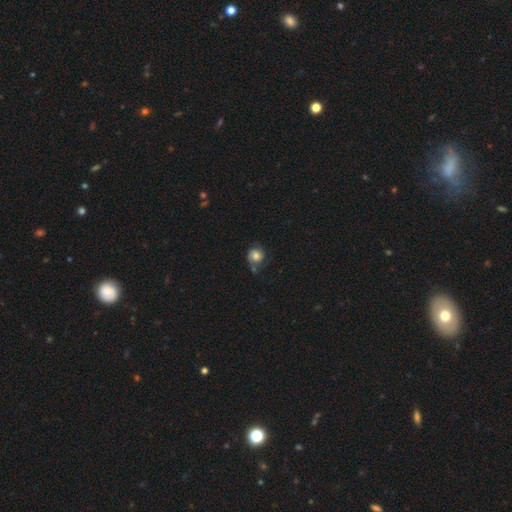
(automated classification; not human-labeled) A smooth galaxy with no disk features (58%) that is round (79%). Merging: none (53%).